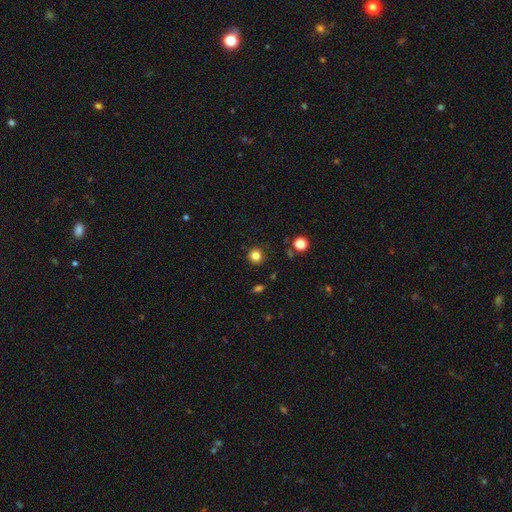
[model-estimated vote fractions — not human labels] A smooth galaxy with no disk features (82%) that is round (93%). Merging: none (90%).